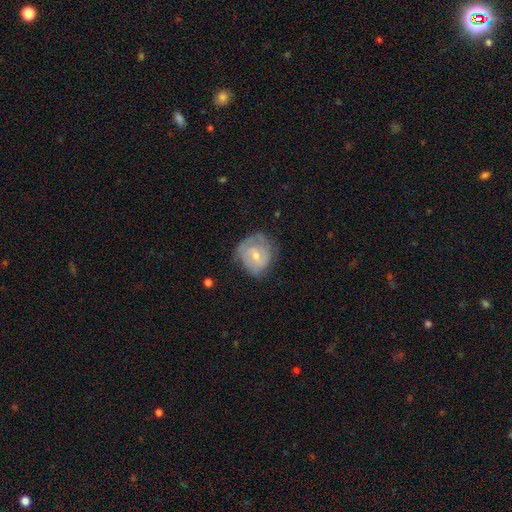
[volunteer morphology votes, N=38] Smooth or featured?
  - featured or disk: 53% *
  - smooth: 42%
  - star or artifact: 5%
Edge-on disk?
  - no: 90% *
  - yes: 10%
Bar?
  - no: 50% *
  - weak: 44%
  - strong: 6%
Spiral arms?
  - no: 56% *
  - yes: 44%
Bulge size?
  - small: 67% *
  - moderate: 33%
  - dominant: 0%
  - large: 0%
  - none: 0%
Merging?
  - none: 56% *
  - minor disturbance: 28%
  - major disturbance: 11%
  - merger: 6%